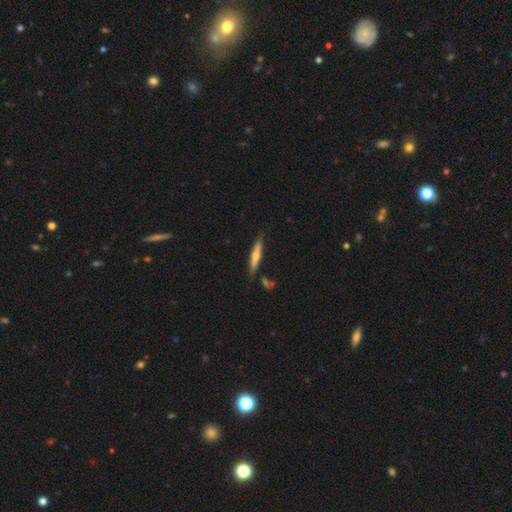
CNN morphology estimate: A featured or disk galaxy (54%) viewed edge-on (94%) with a rounded central bulge (82%).

Vote fractions:
- Smooth or featured? featured or disk: 54% / smooth: 40% / star or artifact: 6%
- Edge-on disk? yes: 94% / no: 6%
- Edge-on bulge? rounded: 82% / none: 13% / boxy: 4%
- Merging? none: 79% / minor disturbance: 13% / merger: 5% / major disturbance: 3%